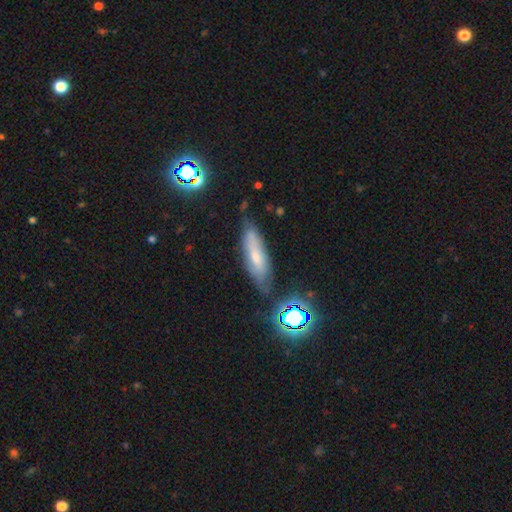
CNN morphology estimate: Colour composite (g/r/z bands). It shows a smooth galaxy with no disk features (51%) that is cigar-shaped (54%). Merging: none (68%).